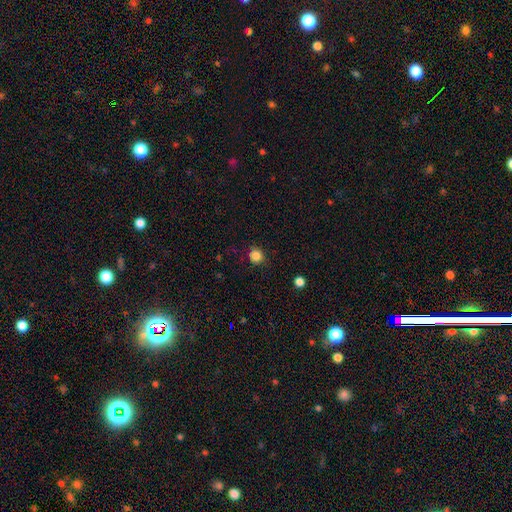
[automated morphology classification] Smooth or featured?
  - smooth: 85% *
  - star or artifact: 12%
  - featured or disk: 4%
How rounded?
  - round: 89% *
  - in between: 10%
  - cigar-shaped: 1%
Merging?
  - none: 89% *
  - minor disturbance: 8%
  - major disturbance: 2%
  - merger: 1%